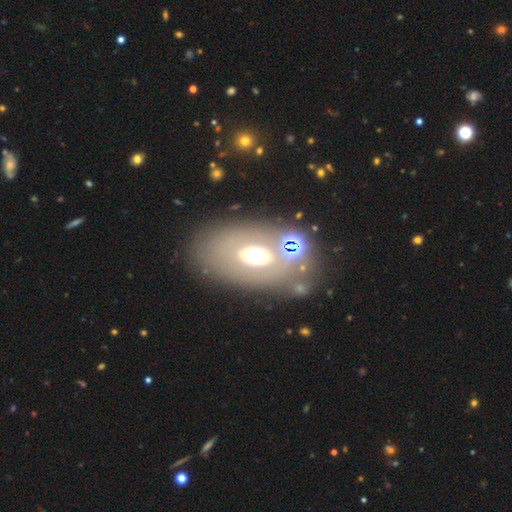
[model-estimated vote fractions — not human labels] The model was most divided on "smooth or featured": smooth: 44%, featured or disk: 41%, star or artifact: 15%. More confident: merging — none (69%).